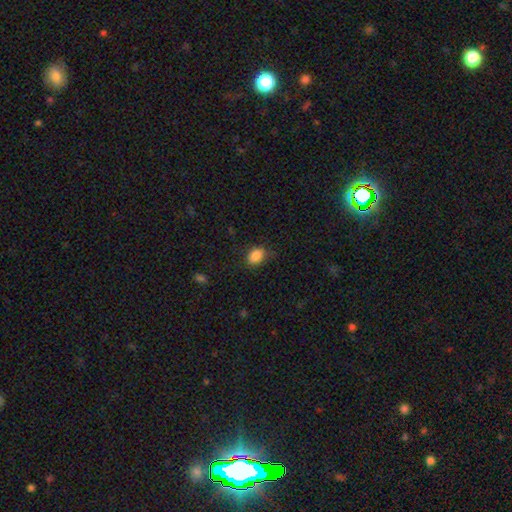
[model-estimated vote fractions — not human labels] A smooth galaxy with no disk features (86%) that is in between round and cigar-shaped (72%). Merging: none (79%).